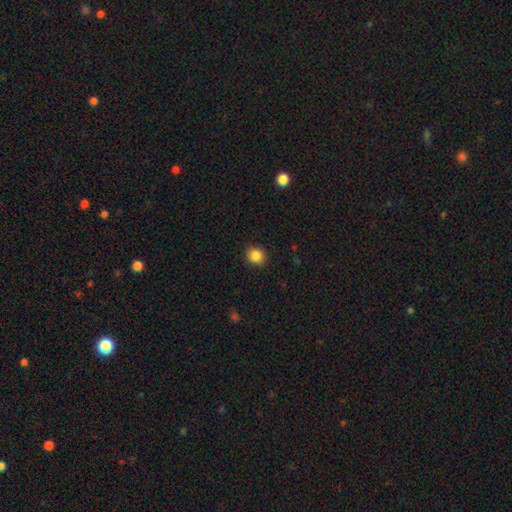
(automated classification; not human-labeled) Smooth or featured: smooth — 87% (star or artifact — 10%)
How rounded: round — 85% (in between — 14%)
Merging: none — 90% (minor disturbance — 7%)